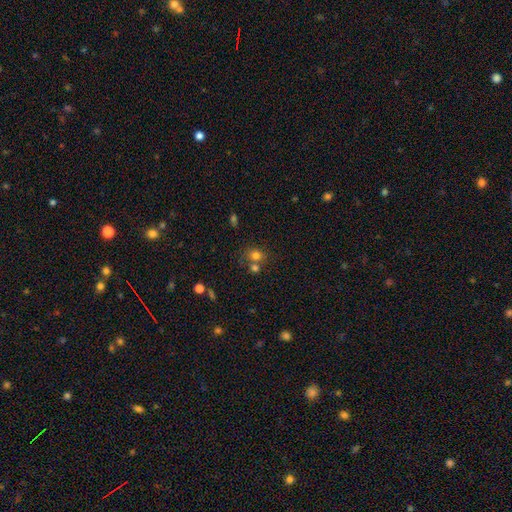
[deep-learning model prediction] smooth 74%, star or artifact 15%, featured or disk 10%. Down the decision tree: how rounded — round (71%); merging — none (49%).